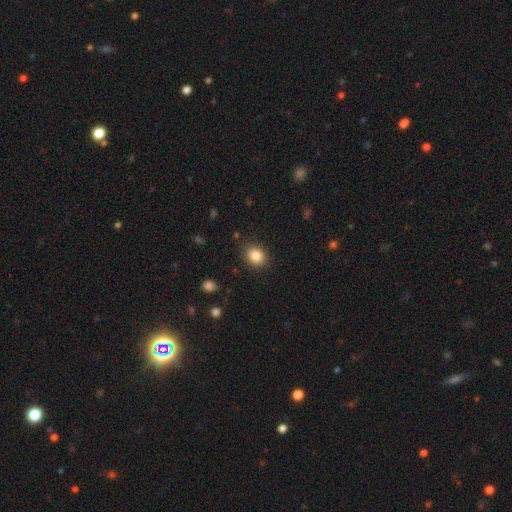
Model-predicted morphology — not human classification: Smooth or featured? Predicted: smooth (p=0.86). How rounded? Predicted: round (p=0.55). Merging? Predicted: none (p=0.86).